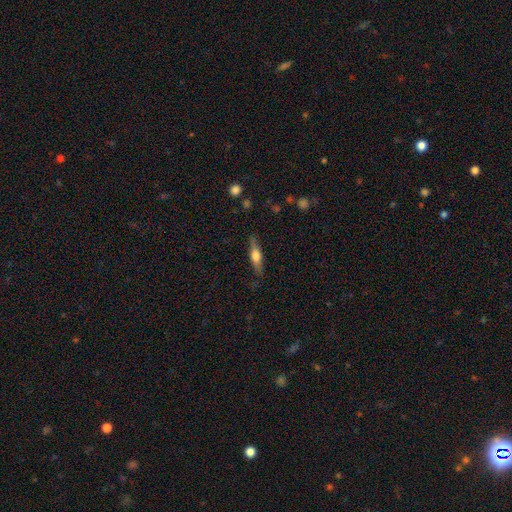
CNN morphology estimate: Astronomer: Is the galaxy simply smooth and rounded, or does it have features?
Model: smooth — 51% (runner-up: featured or disk, 42%).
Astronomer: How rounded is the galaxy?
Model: cigar-shaped — 65%.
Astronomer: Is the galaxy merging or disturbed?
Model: none — 83%.